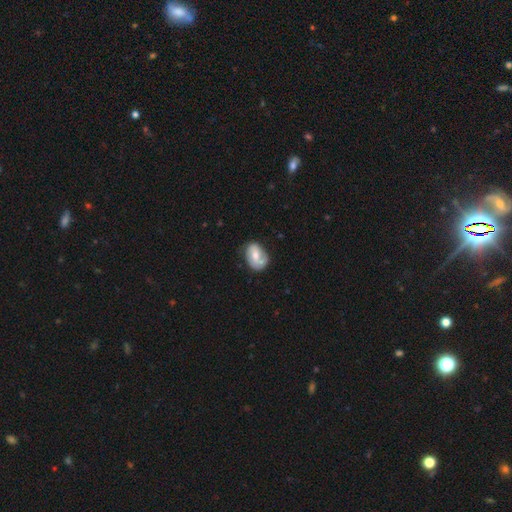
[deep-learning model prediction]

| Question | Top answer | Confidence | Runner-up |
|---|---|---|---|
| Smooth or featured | featured or disk | 56% | smooth (38%) |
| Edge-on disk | no | 97% | yes (3%) |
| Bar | no | 44% | weak (42%) |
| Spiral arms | yes | 81% | no (19%) |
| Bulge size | moderate | 60% | small (32%) |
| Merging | none | 64% | minor disturbance (26%) |